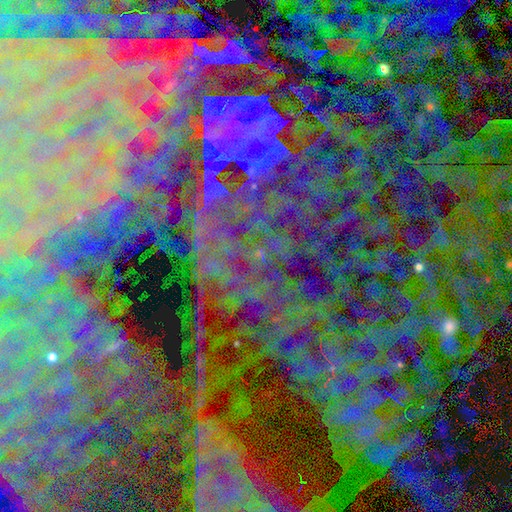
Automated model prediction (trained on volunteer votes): smooth-or-featured: star or artifact: 87% | featured or disk: 7% | smooth: 6%